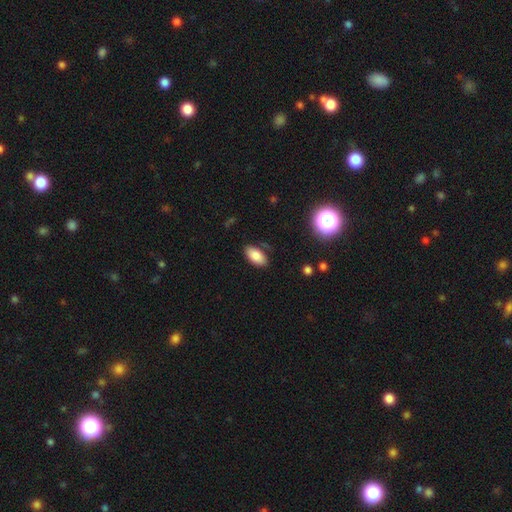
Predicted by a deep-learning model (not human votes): Smooth or featured? Predicted: smooth (p=0.82). How rounded? Predicted: in between (p=0.93). Merging? Predicted: none (p=0.82).